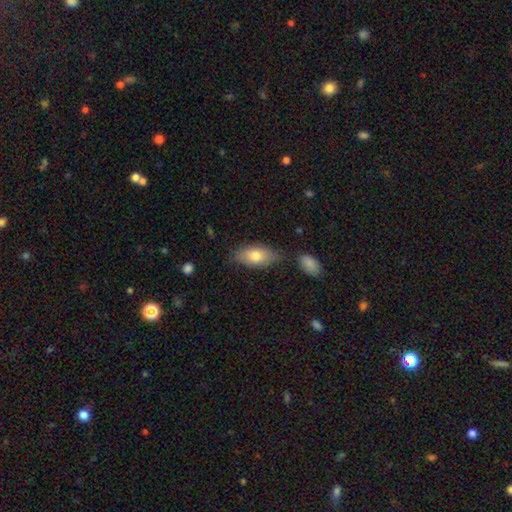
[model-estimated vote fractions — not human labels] smooth-or-featured: smooth: 75% | featured or disk: 18% | star or artifact: 7%
  how-rounded: in between: 88% | cigar-shaped: 8% | round: 4%
  merging: none: 71% | minor disturbance: 19% | merger: 6% | major disturbance: 4%